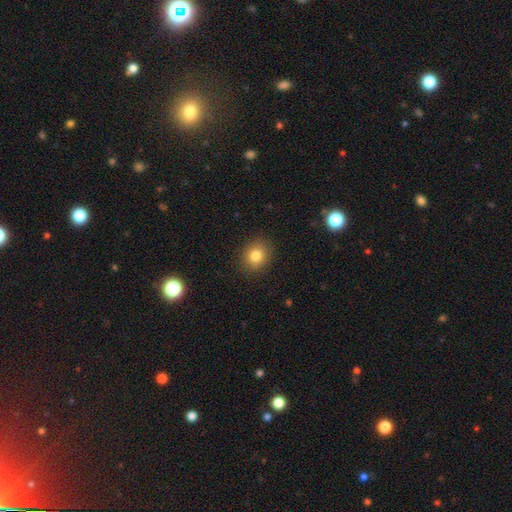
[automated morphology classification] Smooth or featured?
  - smooth: 81% *
  - star or artifact: 11%
  - featured or disk: 7%
How rounded?
  - round: 70% *
  - in between: 29%
  - cigar-shaped: 1%
Merging?
  - none: 89% *
  - minor disturbance: 8%
  - major disturbance: 2%
  - merger: 1%